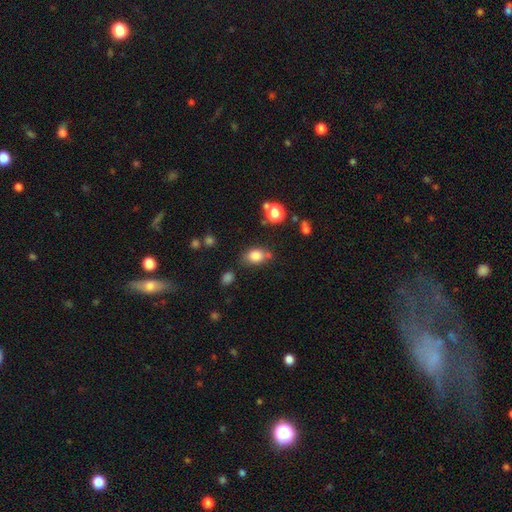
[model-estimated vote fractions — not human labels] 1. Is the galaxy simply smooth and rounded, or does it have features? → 82% smooth, 11% star or artifact, 8% featured or disk.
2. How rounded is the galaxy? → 71% in between, 27% round, 2% cigar-shaped.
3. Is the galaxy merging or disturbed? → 63% none, 20% minor disturbance, 11% merger, 6% major disturbance.